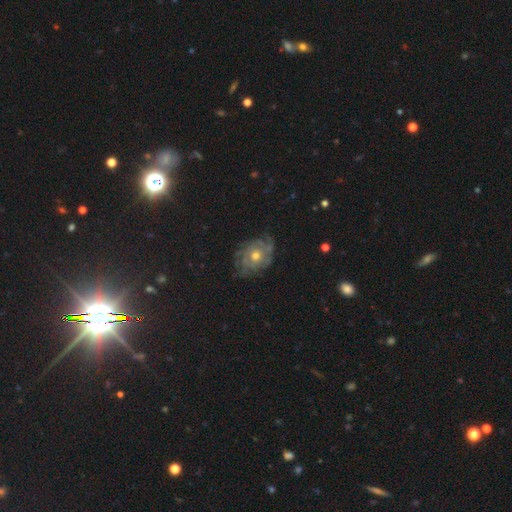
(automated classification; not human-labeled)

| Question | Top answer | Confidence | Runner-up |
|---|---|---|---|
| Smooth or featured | featured or disk | 71% | smooth (16%) |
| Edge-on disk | no | 96% | yes (4%) |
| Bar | no | 84% | weak (13%) |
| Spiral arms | yes | 86% | no (14%) |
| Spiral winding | tight | 67% | medium (24%) |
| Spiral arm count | can't tell | 50% | 2 (13%) |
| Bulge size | moderate | 66% | small (28%) |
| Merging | none | 72% | minor disturbance (19%) |